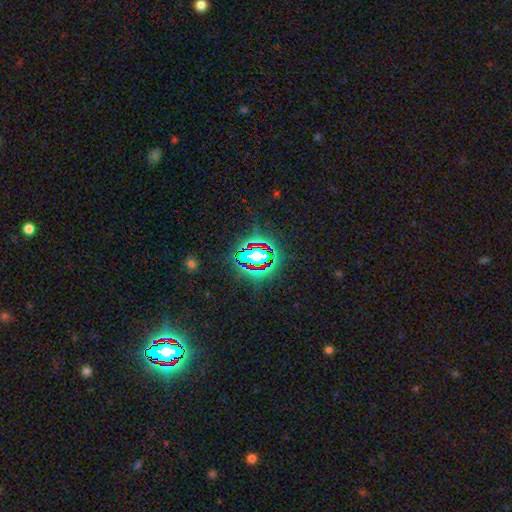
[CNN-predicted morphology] A star or artifact, not a galaxy (68%).